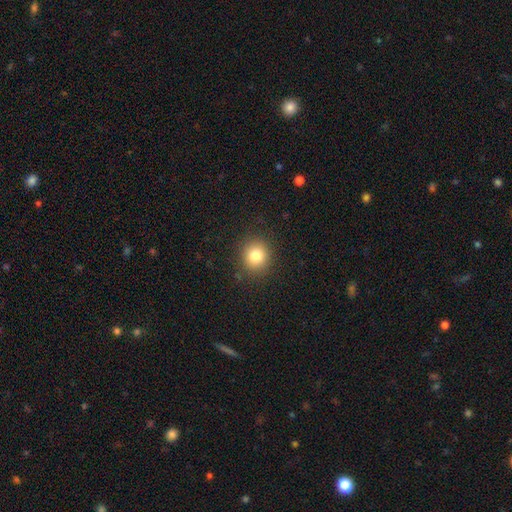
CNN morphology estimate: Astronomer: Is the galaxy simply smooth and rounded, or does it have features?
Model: smooth — 82%.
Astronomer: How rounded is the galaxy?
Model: round — 85%.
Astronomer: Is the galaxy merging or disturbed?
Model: none — 89%.